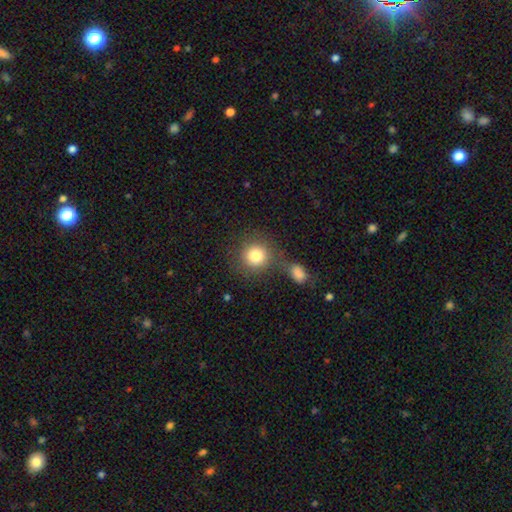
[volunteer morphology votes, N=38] Smooth or featured?
  - smooth: 84% *
  - featured or disk: 11%
  - star or artifact: 5%
How rounded?
  - round: 94% *
  - in between: 6%
  - cigar-shaped: 0%
Merging?
  - none: 75% *
  - merger: 14%
  - minor disturbance: 8%
  - major disturbance: 3%